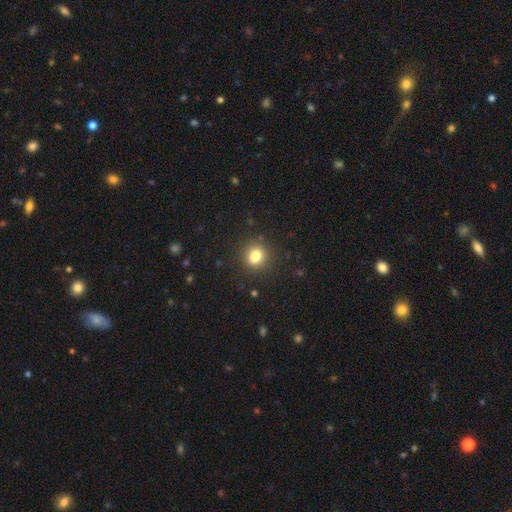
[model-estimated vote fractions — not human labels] Smooth or featured? Predicted: smooth (p=0.80). How rounded? Predicted: round (p=0.68). Merging? Predicted: none (p=0.85).